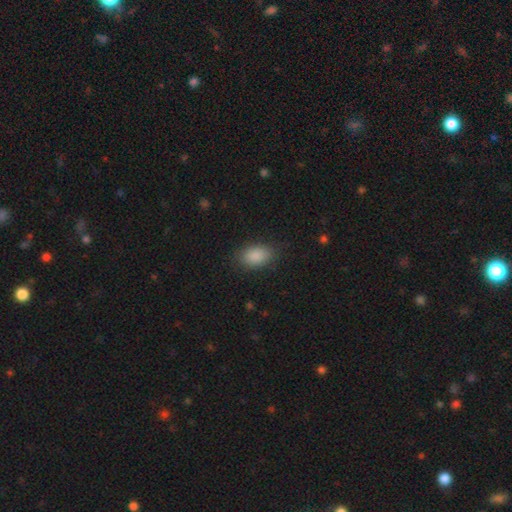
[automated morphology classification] Overall: smooth (88%). How rounded: in between (87%). Merging: none (83%).